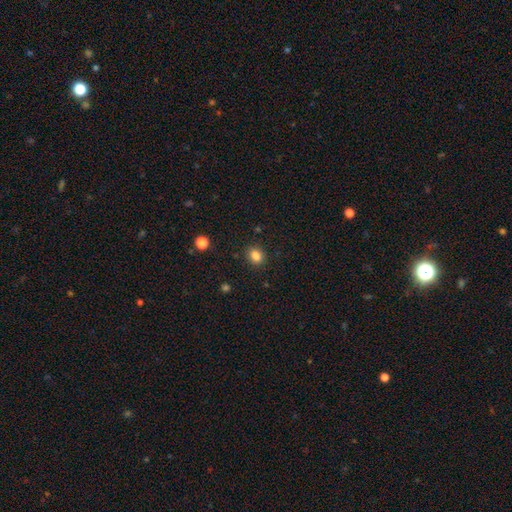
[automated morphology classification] Smooth or featured?
  - smooth: 83% *
  - star or artifact: 12%
  - featured or disk: 5%
How rounded?
  - round: 58% *
  - in between: 42%
  - cigar-shaped: 1%
Merging?
  - none: 88% *
  - minor disturbance: 8%
  - major disturbance: 2%
  - merger: 2%